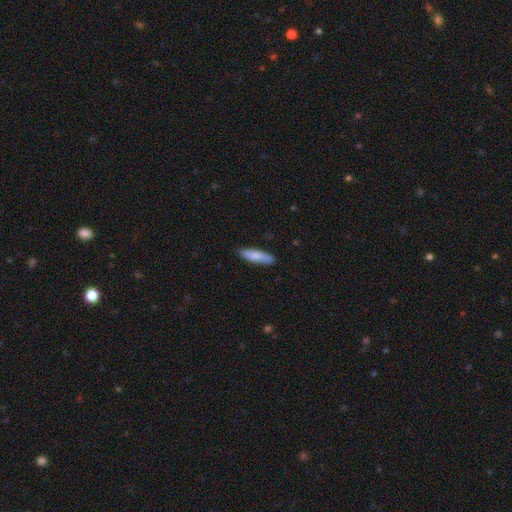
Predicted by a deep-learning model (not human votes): A smooth galaxy with no disk features (78%) that is cigar-shaped (67%). Merging: none (82%).